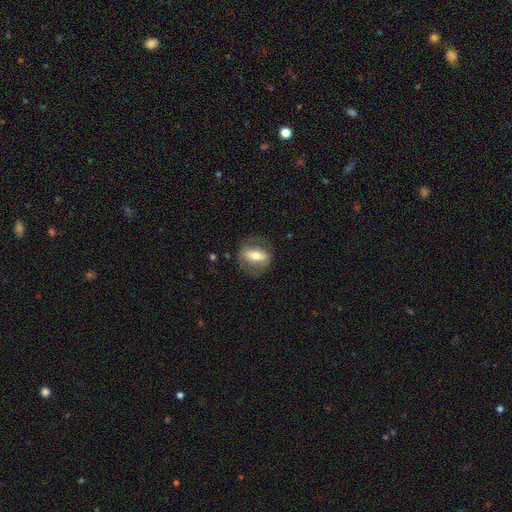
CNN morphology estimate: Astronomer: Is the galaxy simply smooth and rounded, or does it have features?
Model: featured or disk — 48% (runner-up: smooth, 45%).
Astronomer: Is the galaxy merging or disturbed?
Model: none — 73%.